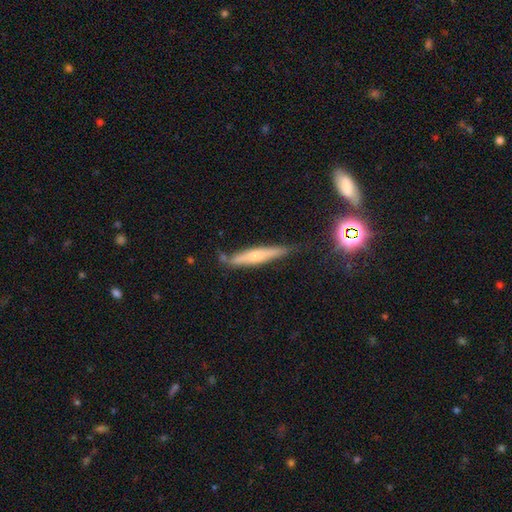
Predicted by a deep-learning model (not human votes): smooth-or-featured: featured or disk: 46% (tied) | smooth: 46% (tied) | star or artifact: 8%
  merging: none: 71% | minor disturbance: 20% | merger: 5% | major disturbance: 4%